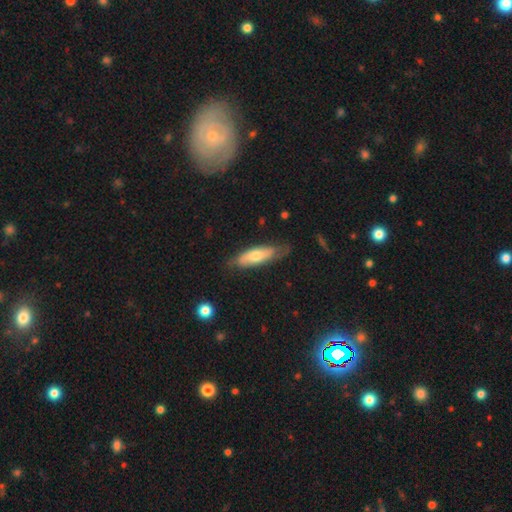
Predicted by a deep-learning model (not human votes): A smooth galaxy with no disk features (58%) that is in between round and cigar-shaped (52%). Merging: none (68%).